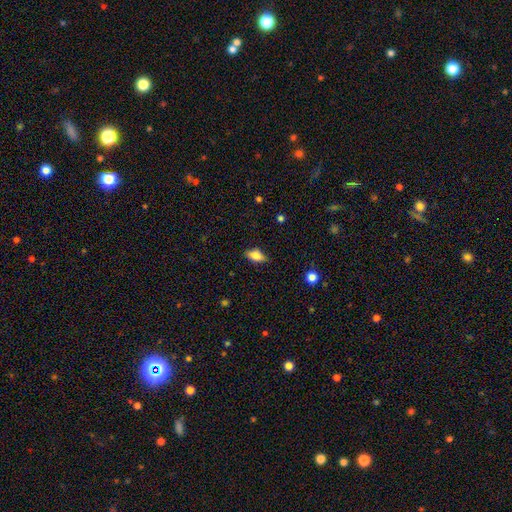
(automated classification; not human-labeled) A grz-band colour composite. It shows a smooth galaxy with no disk features (75%) that is in between round and cigar-shaped (85%). Merging: none (80%).